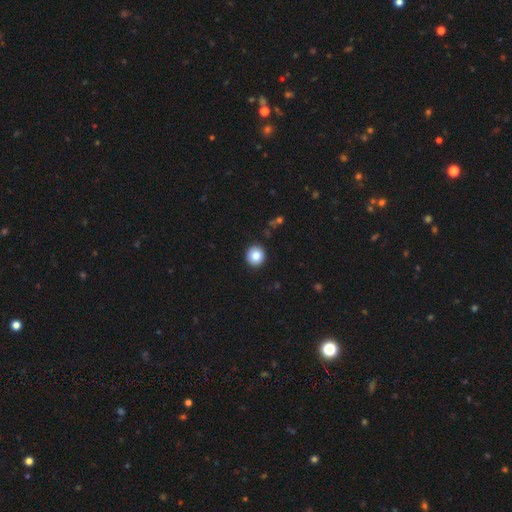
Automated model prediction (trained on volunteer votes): A smooth galaxy with no disk features (84%) that is round (93%).

Vote fractions:
- Smooth or featured? smooth: 84% / star or artifact: 9% / featured or disk: 7%
- How rounded? round: 93% / in between: 6% / cigar-shaped: 1%
- Merging? none: 93% / minor disturbance: 5% / major disturbance: 2% / merger: 1%